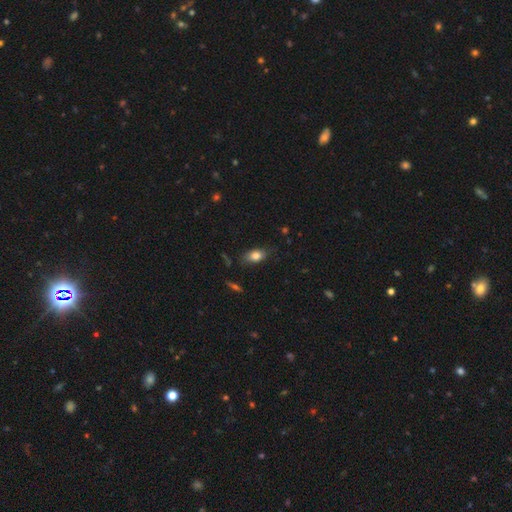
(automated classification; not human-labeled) Overall: smooth (81%). How rounded: in between (86%). Merging: none (75%).